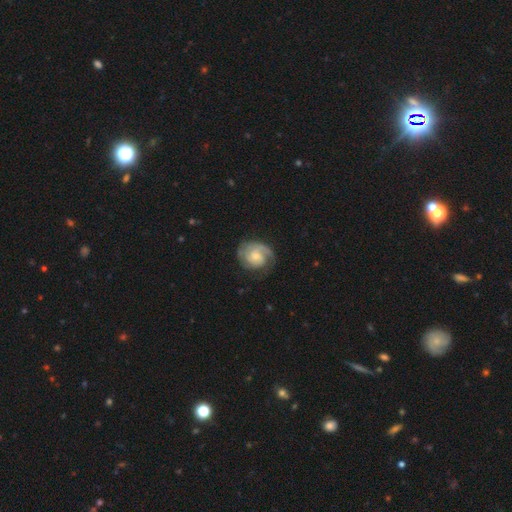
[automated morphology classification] A featured or disk galaxy (77%) with no bar (67%), 2 (50%) tight (57%) spiral arms (95%) and a small central bulge (46%). Merging: none (70%).